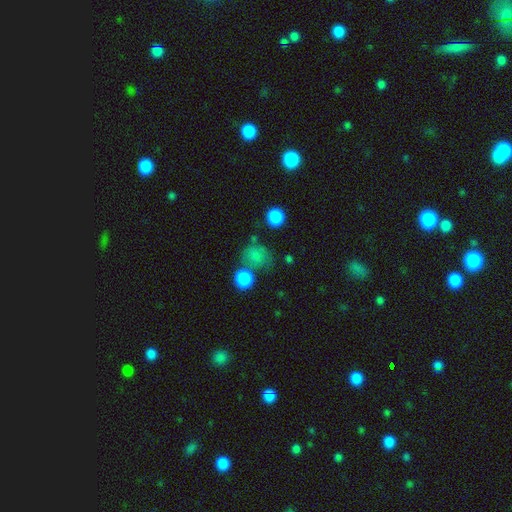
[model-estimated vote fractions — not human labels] Morphology: type=smooth (77%); roundness=round (68%); merging=none (49%).